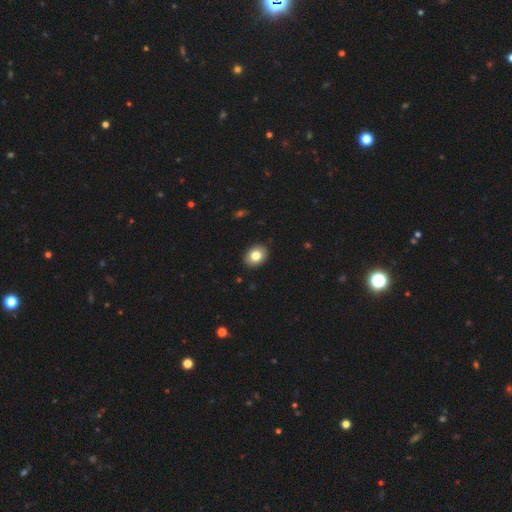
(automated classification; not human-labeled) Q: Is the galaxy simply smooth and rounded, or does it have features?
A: smooth — 82%.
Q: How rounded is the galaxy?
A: in between — 60%.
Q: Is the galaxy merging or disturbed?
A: none — 90%.